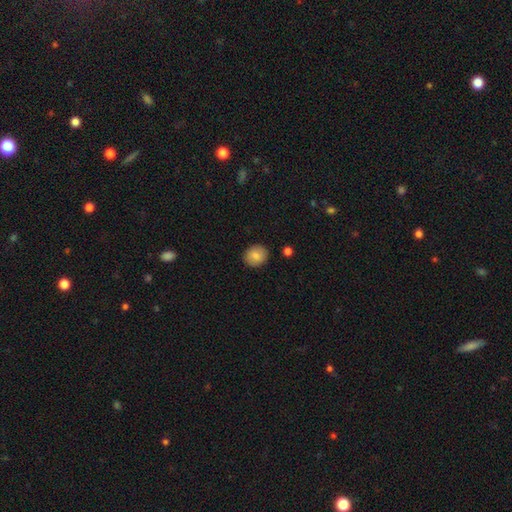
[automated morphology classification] This is clearly a smooth galaxy (85%). How rounded: likely round (71%). Merging: clearly none (89%).